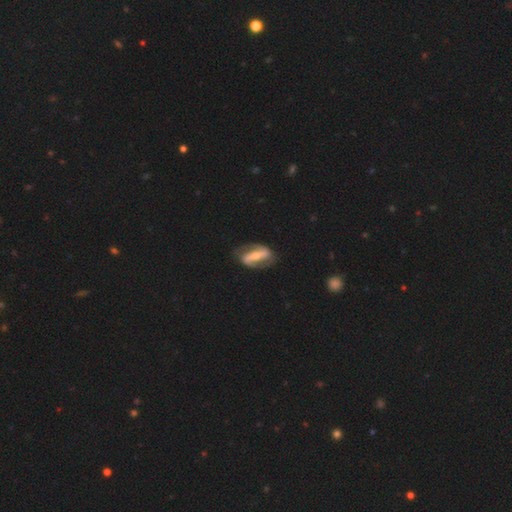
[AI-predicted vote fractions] Smooth or featured: featured or disk — 84% (smooth — 12%)
Edge-on disk: no — 94% (yes — 6%)
Bar: strong — 70% (weak — 19%)
Spiral arms: yes — 90% (no — 10%)
Spiral winding: medium — 43% (loose — 30%)
Spiral arm count: 2 — 91% (can't tell — 4%)
Bulge size: small — 47% (moderate — 43%)
Merging: none — 77% (minor disturbance — 15%)